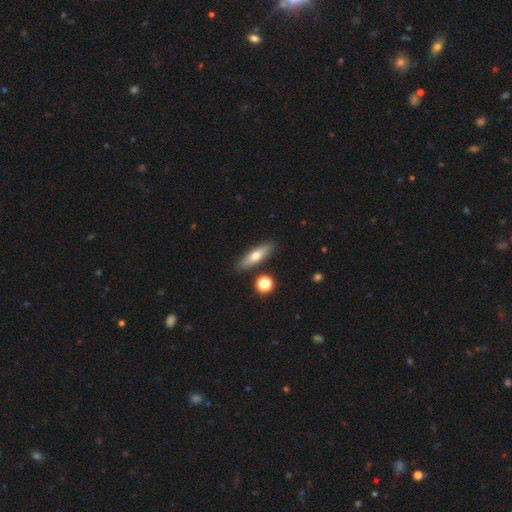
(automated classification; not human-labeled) A smooth galaxy with no disk features (65%) that is cigar-shaped (57%). Merging: none (85%).